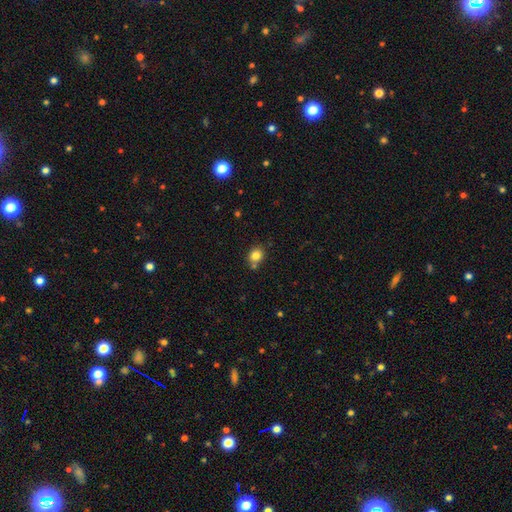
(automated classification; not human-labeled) This is clearly a smooth galaxy (82%). How rounded: likely round (77%). Merging: likely none (71%).